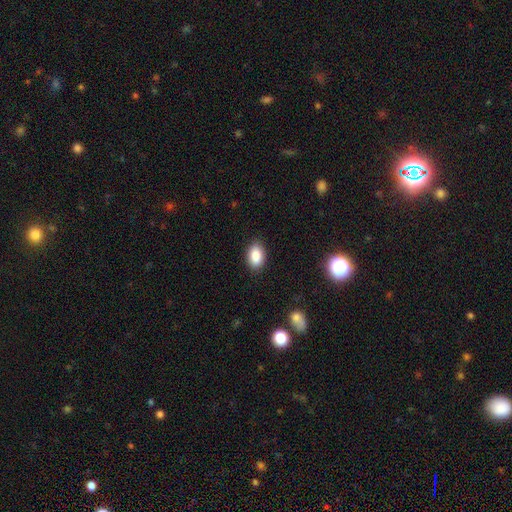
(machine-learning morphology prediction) Overall: smooth (88%). How rounded: in between (89%). Merging: none (87%).